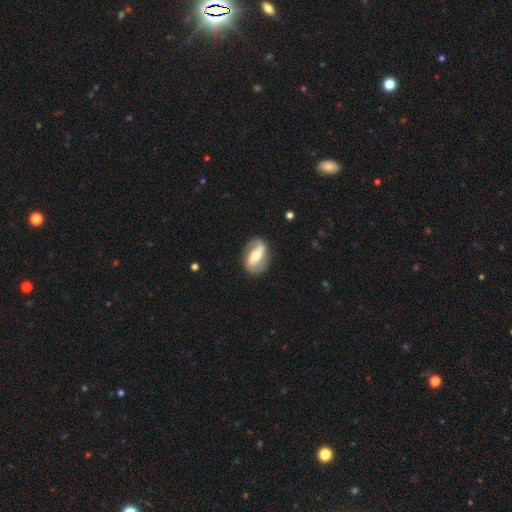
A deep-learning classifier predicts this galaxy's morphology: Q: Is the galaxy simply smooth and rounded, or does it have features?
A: featured or disk — 76%.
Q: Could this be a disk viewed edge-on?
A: no — 95%.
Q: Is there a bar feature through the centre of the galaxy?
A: strong — 47%.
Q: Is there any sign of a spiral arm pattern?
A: yes — 85%.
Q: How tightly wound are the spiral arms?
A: loose — 46%.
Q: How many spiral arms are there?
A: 2 — 87%.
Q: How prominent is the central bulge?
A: moderate — 61%.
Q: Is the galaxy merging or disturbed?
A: none — 80%.